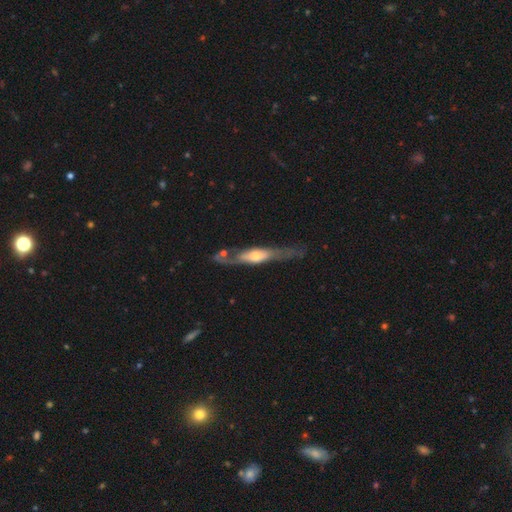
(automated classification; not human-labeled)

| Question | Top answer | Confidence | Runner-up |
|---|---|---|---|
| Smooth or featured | featured or disk | 71% | smooth (24%) |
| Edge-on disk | yes | 77% | no (23%) |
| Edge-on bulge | rounded | 78% | boxy (12%) |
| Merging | none | 65% | minor disturbance (20%) |